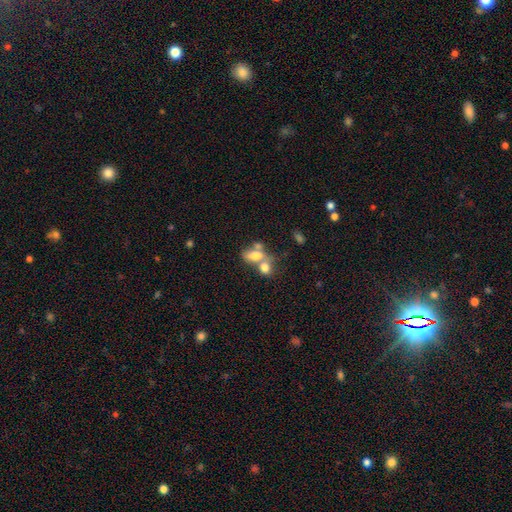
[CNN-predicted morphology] This is likely a smooth galaxy (72%). How rounded: likely in between (78%). Merging: likely merger (62%).